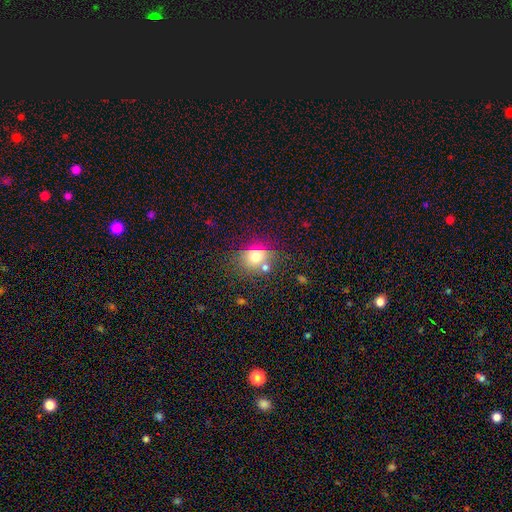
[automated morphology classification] A smooth galaxy with no disk features (67%) that is round (67%).

Vote fractions:
- Smooth or featured? smooth: 67% / star or artifact: 18% / featured or disk: 15%
- How rounded? round: 67% / in between: 32% / cigar-shaped: 2%
- Merging? none: 65% / merger: 15% / minor disturbance: 14% / major disturbance: 6%